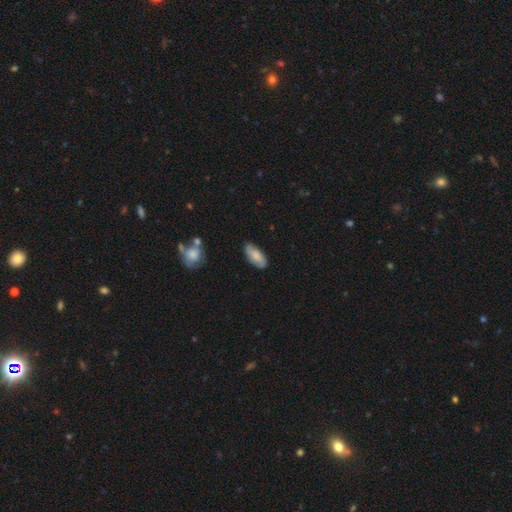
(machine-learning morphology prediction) A smooth galaxy with no disk features (64%) that is in between round and cigar-shaped (87%). Merging: none (78%).